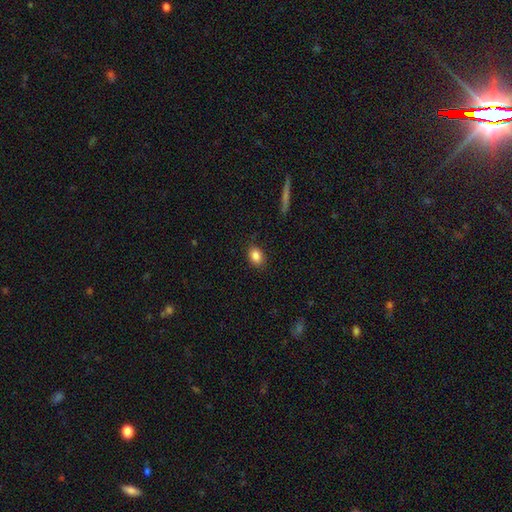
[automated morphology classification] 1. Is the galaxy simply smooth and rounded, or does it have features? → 86% smooth, 9% star or artifact, 6% featured or disk.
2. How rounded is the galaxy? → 73% in between, 26% round, 2% cigar-shaped.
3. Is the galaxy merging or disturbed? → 86% none, 11% minor disturbance, 2% major disturbance, 1% merger.